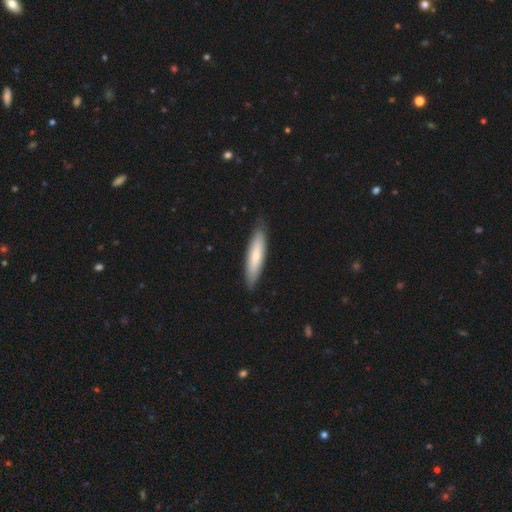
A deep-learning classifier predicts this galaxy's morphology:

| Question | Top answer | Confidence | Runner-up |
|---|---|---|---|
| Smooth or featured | smooth | 74% | featured or disk (22%) |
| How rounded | cigar-shaped | 78% | in between (21%) |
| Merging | none | 86% | minor disturbance (12%) |